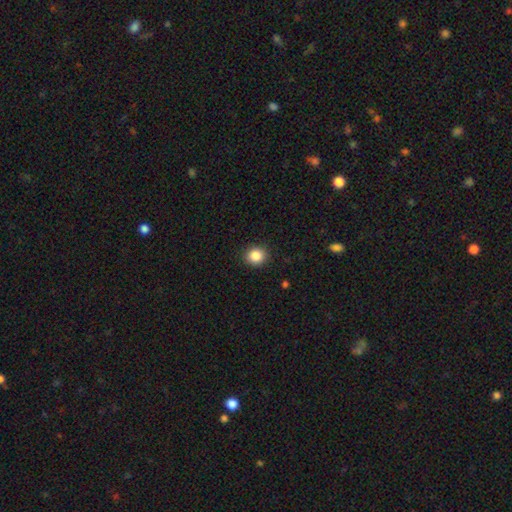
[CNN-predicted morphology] Q: Smooth or featured?
A: smooth (87%); runner-up: star or artifact (10%)
Q: How rounded?
A: round (82%); runner-up: in between (17%)
Q: Merging?
A: none (91%); runner-up: minor disturbance (6%)